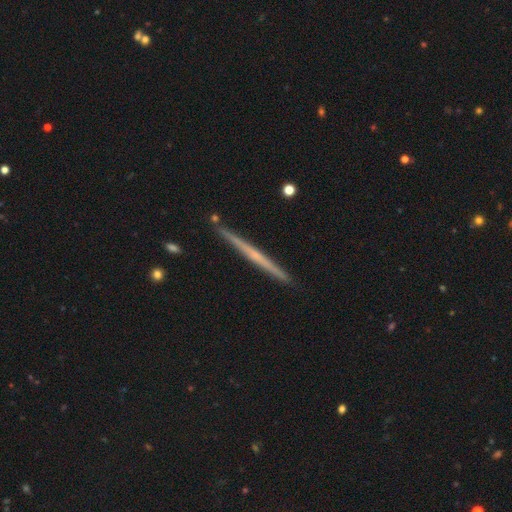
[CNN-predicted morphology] Smooth or featured?
  - featured or disk: 67% *
  - smooth: 28%
  - star or artifact: 6%
Edge-on disk?
  - yes: 98% *
  - no: 2%
Edge-on bulge?
  - none: 74% *
  - rounded: 21%
  - boxy: 5%
Merging?
  - none: 91% *
  - minor disturbance: 6%
  - merger: 2%
  - major disturbance: 1%